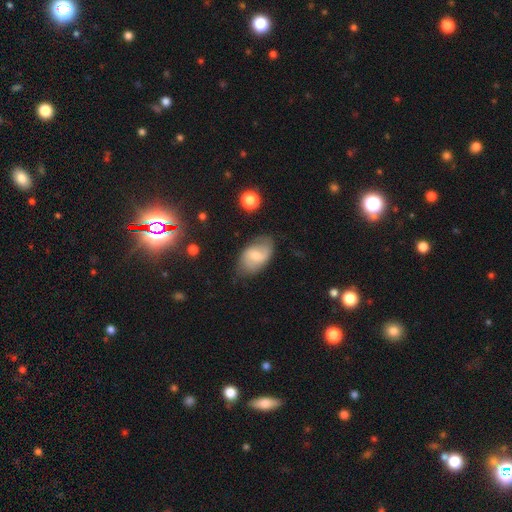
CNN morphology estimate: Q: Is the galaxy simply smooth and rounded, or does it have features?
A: smooth — 48%.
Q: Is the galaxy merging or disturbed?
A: none — 65%.